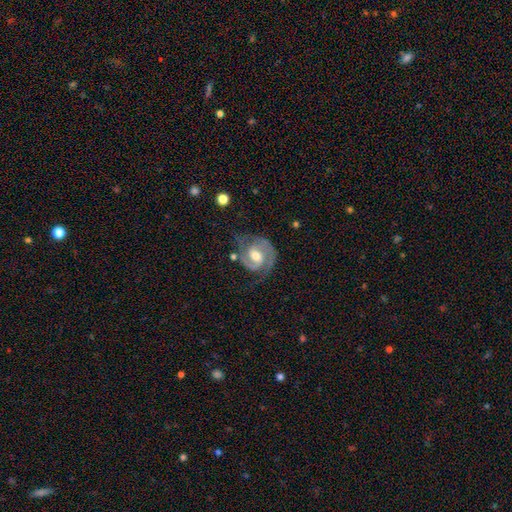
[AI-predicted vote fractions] featured or disk 88%, smooth 8%, star or artifact 5%. Down the decision tree: edge-on disk — no (98%); bar — weak (48%); spiral arms — yes (96%); spiral arm count — 2 (81%); spiral winding — tight (47%); bulge size — moderate (71%); merging — none (66%).